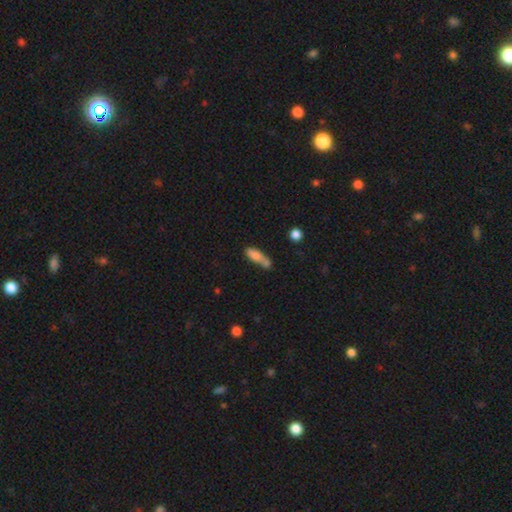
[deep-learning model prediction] Morphology: type=smooth (73%); roundness=in between (54%); merging=none (36%).